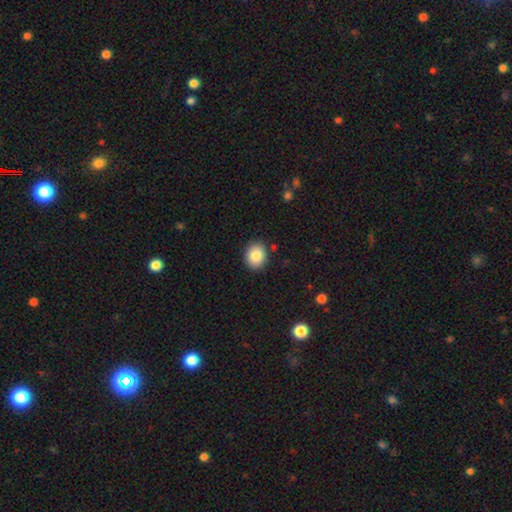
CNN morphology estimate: A smooth galaxy with no disk features (85%) that is round (63%).

Vote fractions:
- Smooth or featured? smooth: 85% / star or artifact: 9% / featured or disk: 7%
- How rounded? round: 63% / in between: 36% / cigar-shaped: 1%
- Merging? none: 88% / minor disturbance: 8% / major disturbance: 2% / merger: 2%